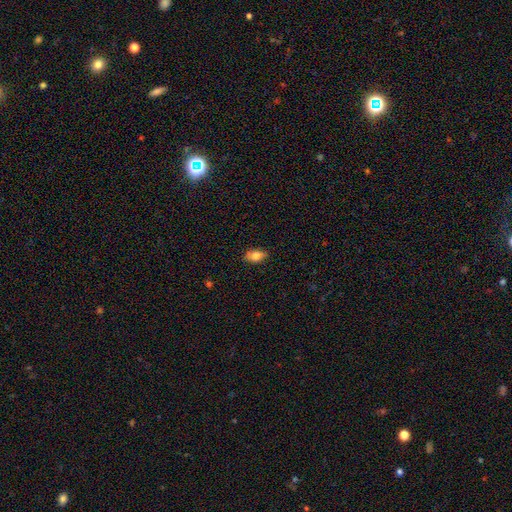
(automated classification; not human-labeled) smooth_or_featured: smooth (p=0.79) [alt: featured or disk p=0.13]
how_rounded: in between (p=0.86) [alt: round p=0.10]
merging: none (p=0.80) [alt: minor disturbance p=0.16]